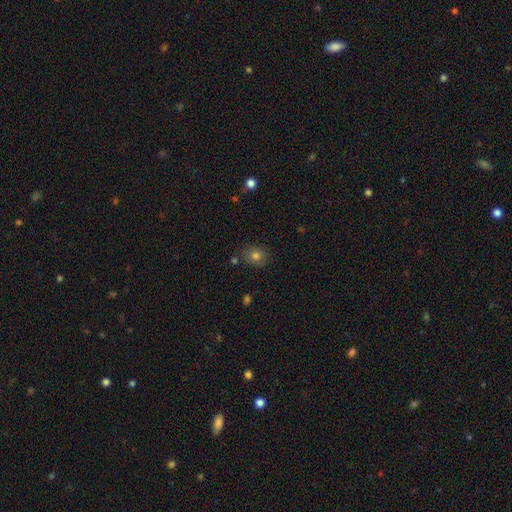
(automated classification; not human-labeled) The model was most divided on "how rounded": round: 75%, in between: 24%, cigar-shaped: 1%. More confident: merging — none (82%); smooth or featured — smooth (79%).